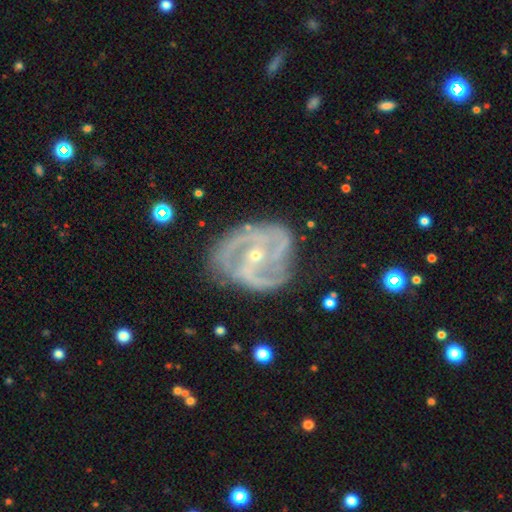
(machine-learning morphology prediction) Overall: featured or disk (90%). Edge-on disk: no (97%). Bar: no (44%; weak 31%). Spiral arms: yes (97%). Spiral arm count: 2 (43%; 3 29%). Spiral winding: medium (50%; tight 37%). Bulge size: small (75%). Merging: none (66%).